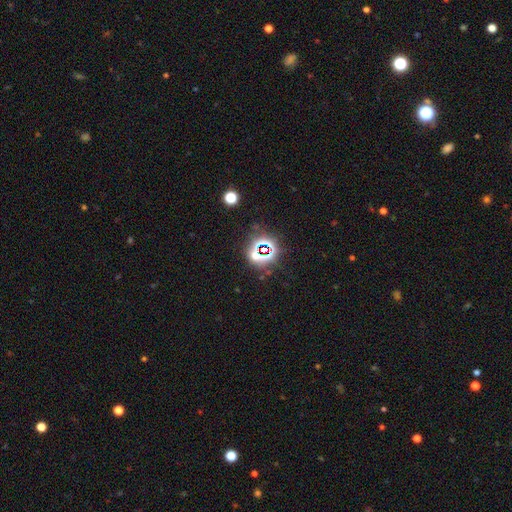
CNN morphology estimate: star or artifact 72%, smooth 19%, featured or disk 9%.